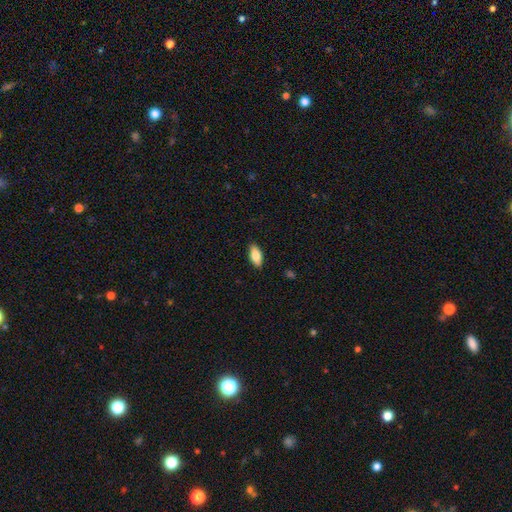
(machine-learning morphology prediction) This appears to be a smooth galaxy with no disk features (83%) that is in between round and cigar-shaped (88%). Merging: none (89%).